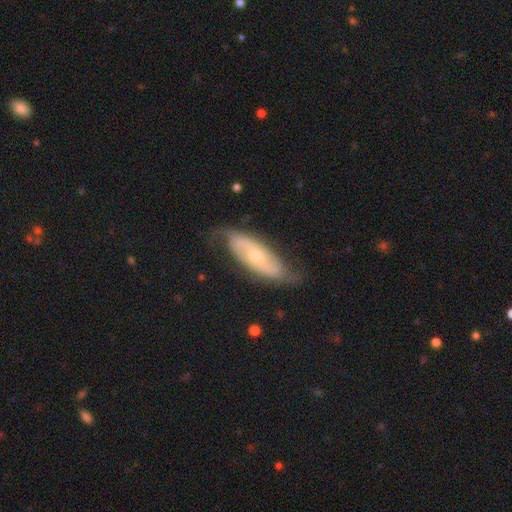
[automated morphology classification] This appears to be a featured or disk galaxy (72%) with no bar (66%), 2 (76%) medium (37%) spiral arms (83%) and a small central bulge (60%). Merging: none (67%).